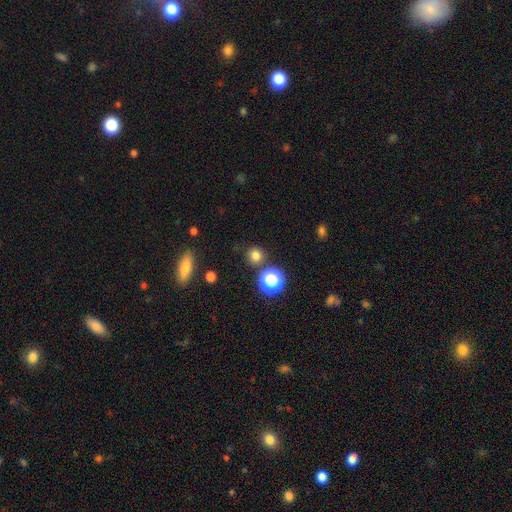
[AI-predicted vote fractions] Smooth or featured?
  - smooth: 77% *
  - star or artifact: 18%
  - featured or disk: 5%
How rounded?
  - round: 92% *
  - in between: 7%
  - cigar-shaped: 1%
Merging?
  - none: 85% *
  - minor disturbance: 8%
  - merger: 5%
  - major disturbance: 3%